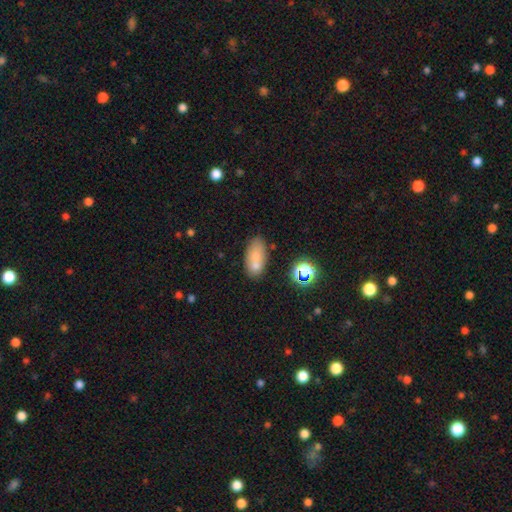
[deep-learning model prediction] This appears to be a smooth galaxy with no disk features (72%) that is in between round and cigar-shaped (86%). Merging: none (54%).